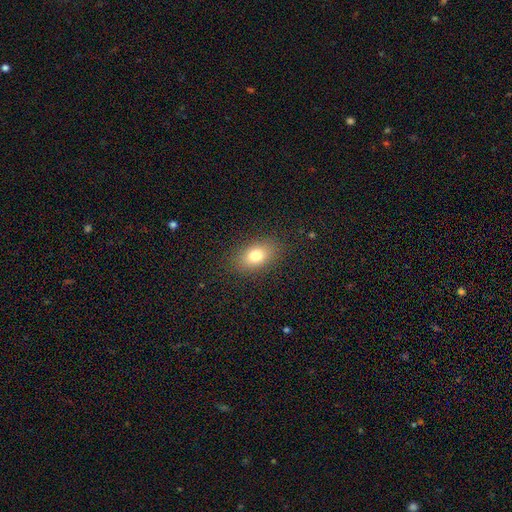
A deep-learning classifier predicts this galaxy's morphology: Q: Smooth or featured?
A: smooth (78%); runner-up: featured or disk (12%)
Q: How rounded?
A: in between (82%); runner-up: round (16%)
Q: Merging?
A: none (86%); runner-up: minor disturbance (9%)